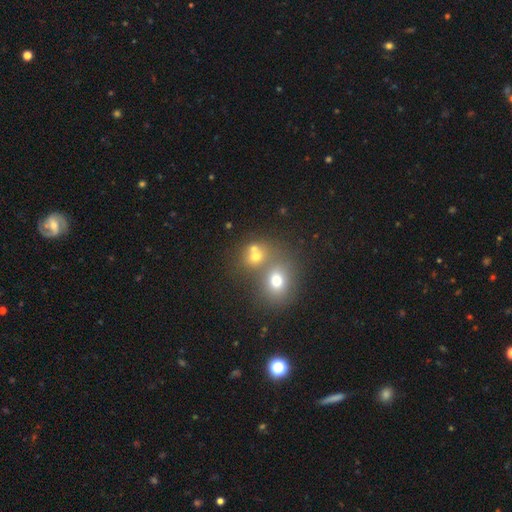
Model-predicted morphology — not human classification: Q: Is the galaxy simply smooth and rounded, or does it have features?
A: smooth — 68%.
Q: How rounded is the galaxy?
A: round — 72%.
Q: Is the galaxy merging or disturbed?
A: merger — 51%.